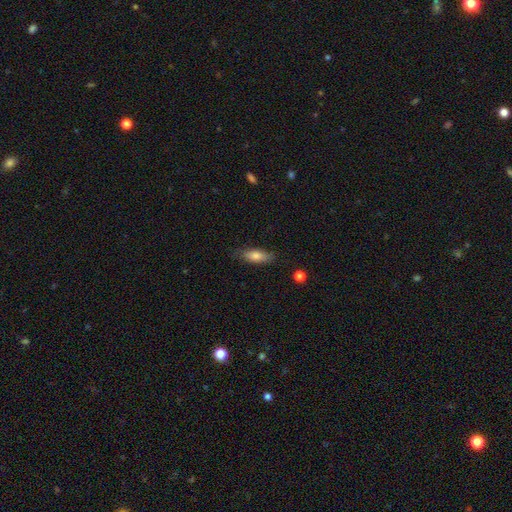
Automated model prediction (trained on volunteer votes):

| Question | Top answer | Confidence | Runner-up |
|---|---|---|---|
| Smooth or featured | smooth | 78% | featured or disk (15%) |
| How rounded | in between | 69% | cigar-shaped (29%) |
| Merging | none | 78% | minor disturbance (17%) |